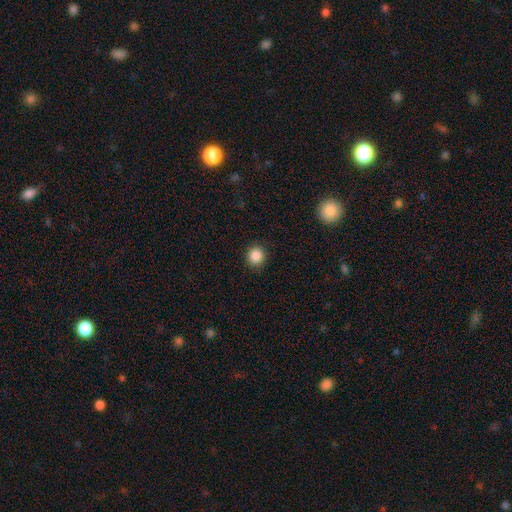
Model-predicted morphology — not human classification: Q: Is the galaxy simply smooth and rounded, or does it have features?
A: smooth — 87%.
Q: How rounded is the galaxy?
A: round — 90%.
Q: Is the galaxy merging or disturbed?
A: none — 90%.